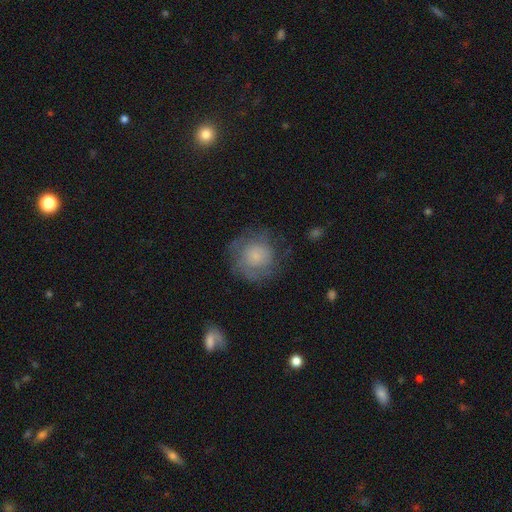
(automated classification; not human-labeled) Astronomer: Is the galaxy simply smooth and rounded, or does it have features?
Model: smooth — 55% (runner-up: featured or disk, 35%).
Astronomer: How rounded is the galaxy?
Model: round — 91%.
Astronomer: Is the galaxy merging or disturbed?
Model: none — 64%.